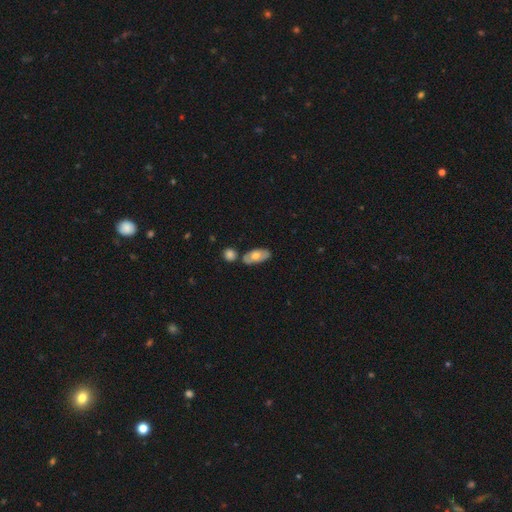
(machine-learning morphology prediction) Smooth or featured? smooth (62%)
How rounded? in between (88%)
Merging? none (66%)